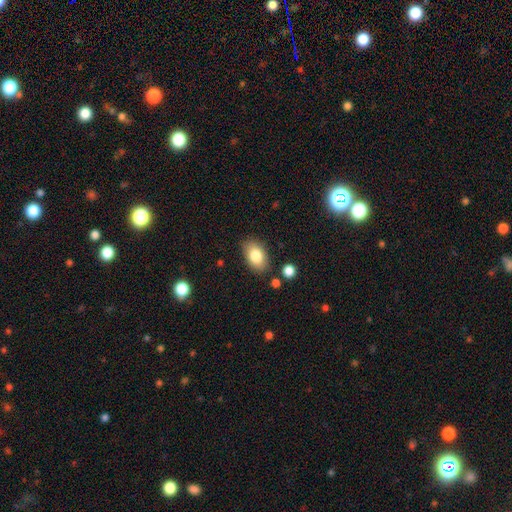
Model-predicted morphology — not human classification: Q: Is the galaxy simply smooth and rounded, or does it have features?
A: smooth — 82%.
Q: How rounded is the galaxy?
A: in between — 89%.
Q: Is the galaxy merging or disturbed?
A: none — 83%.